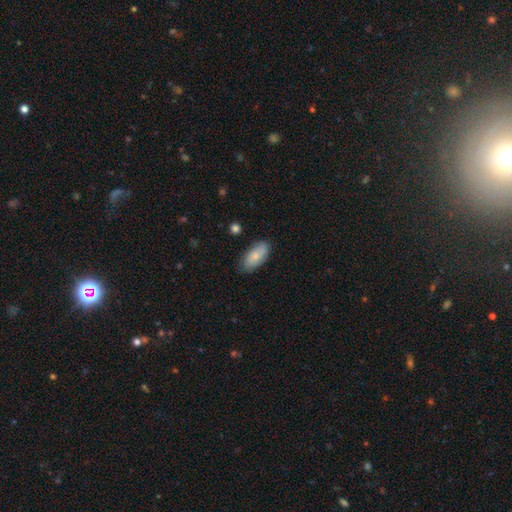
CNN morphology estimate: The model was most divided on "smooth or featured": smooth: 74%, featured or disk: 20%, star or artifact: 6%. More confident: how rounded — in between (91%); merging — none (79%).